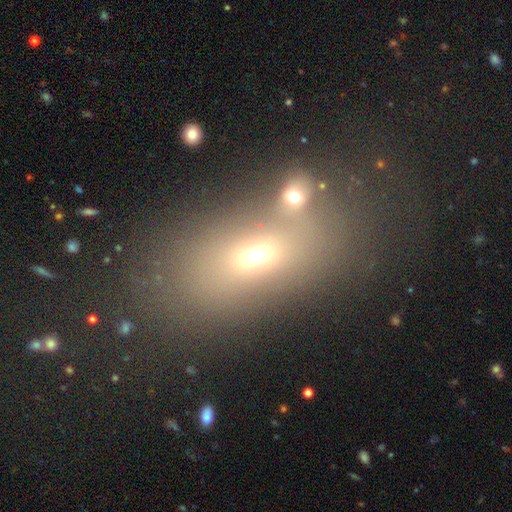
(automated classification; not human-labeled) A smooth galaxy with no disk features (57%) that is in between round and cigar-shaped (77%).

Vote fractions:
- Smooth or featured? smooth: 57% / star or artifact: 22% / featured or disk: 21%
- How rounded? in between: 77% / round: 16% / cigar-shaped: 7%
- Merging? none: 54% / merger: 23% / minor disturbance: 13% / major disturbance: 10%